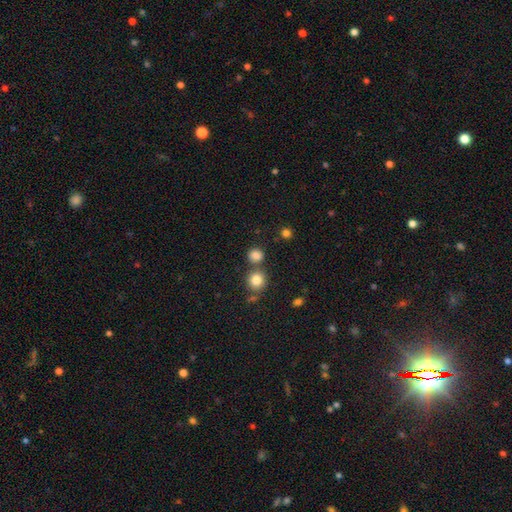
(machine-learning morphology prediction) smooth 82%, star or artifact 13%, featured or disk 5%. Down the decision tree: how rounded — round (83%); merging — none (67%).